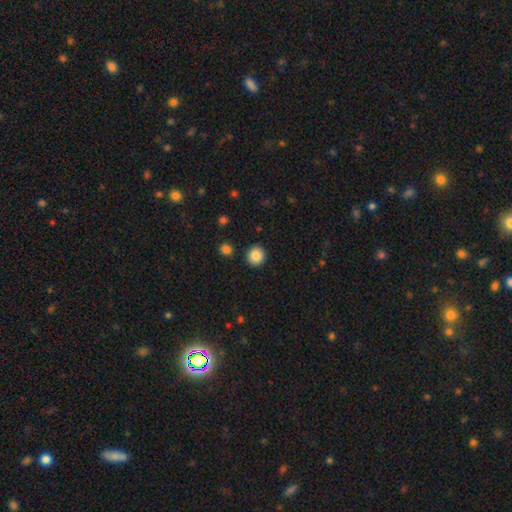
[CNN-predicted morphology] Smooth or featured: smooth — 87% (star or artifact — 9%)
How rounded: round — 91% (in between — 8%)
Merging: none — 91% (minor disturbance — 6%)